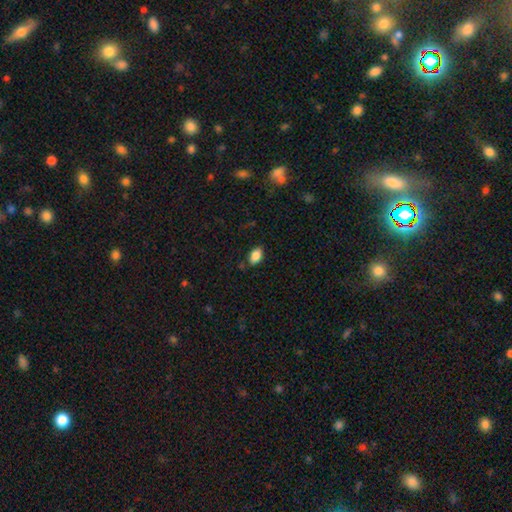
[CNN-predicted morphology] A smooth galaxy with no disk features (86%) that is in between round and cigar-shaped (90%). Merging: none (81%).